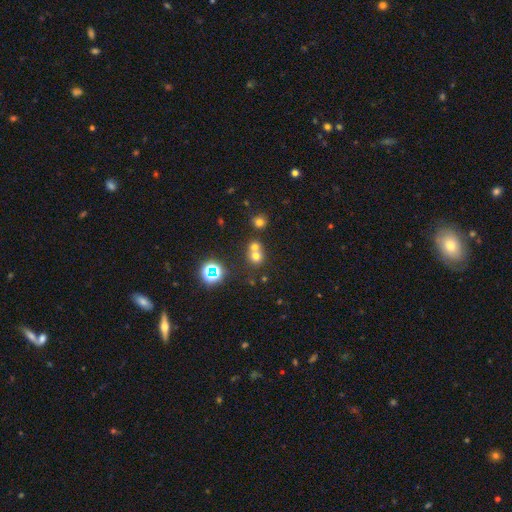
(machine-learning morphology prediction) smooth-or-featured: smooth: 63% | star or artifact: 23% | featured or disk: 14%
  how-rounded: round: 81% | in between: 18% | cigar-shaped: 1%
  merging: merger: 51% | none: 41% | minor disturbance: 6% | major disturbance: 3%